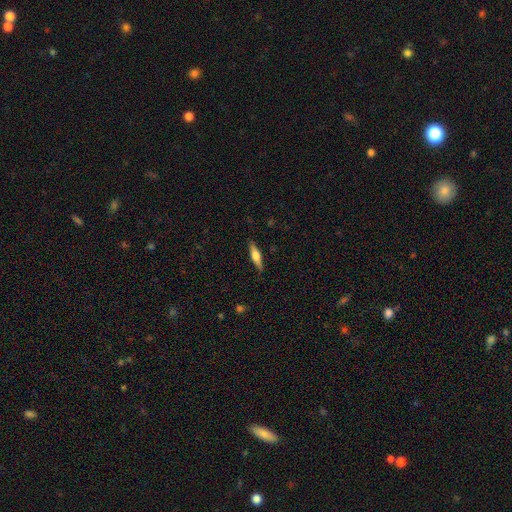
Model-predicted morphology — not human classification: type=smooth (49%); merging=none (87%).